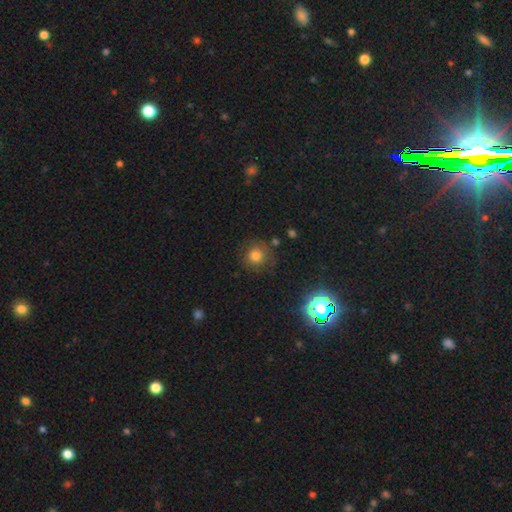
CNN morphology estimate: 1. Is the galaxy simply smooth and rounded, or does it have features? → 71% smooth, 17% star or artifact, 12% featured or disk.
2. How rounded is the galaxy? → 92% round, 7% in between, 1% cigar-shaped.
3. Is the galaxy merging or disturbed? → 78% none, 14% minor disturbance, 6% major disturbance, 2% merger.